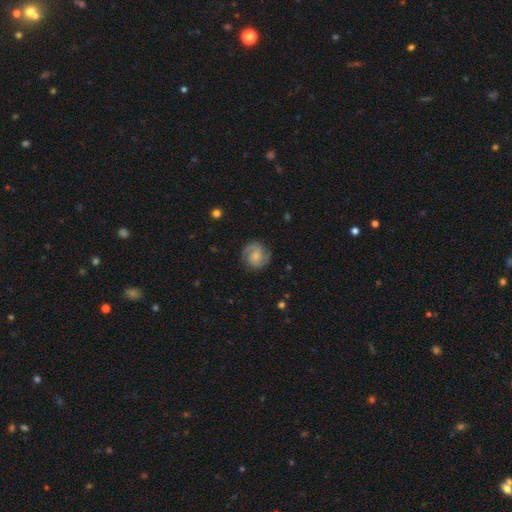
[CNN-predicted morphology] Smooth or featured? featured or disk (67%)
Edge-on disk? no (98%)
Bar? no (58%)
Spiral arms? yes (94%)
Spiral winding? medium (47%)
Spiral arm count? 2 (82%)
Bulge size? small (51%)
Merging? none (83%)